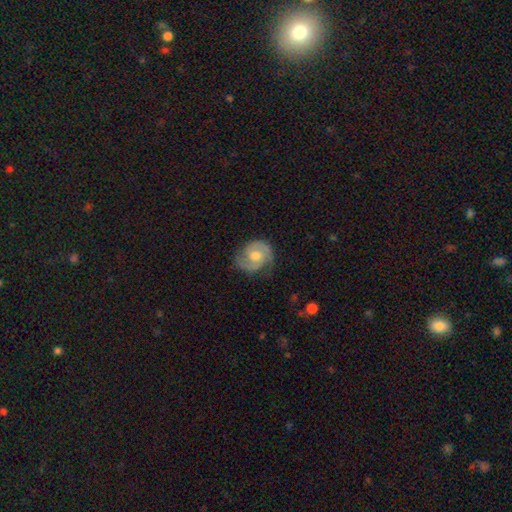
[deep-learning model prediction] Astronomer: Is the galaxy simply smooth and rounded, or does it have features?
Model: featured or disk — 82%.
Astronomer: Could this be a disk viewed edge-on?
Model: no — 98%.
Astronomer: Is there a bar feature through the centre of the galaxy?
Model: no — 51% (runner-up: weak, 42%).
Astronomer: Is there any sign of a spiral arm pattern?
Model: yes — 95%.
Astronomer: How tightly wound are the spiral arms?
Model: medium — 45% (runner-up: tight, 44%).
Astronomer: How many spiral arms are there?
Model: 2 — 88%.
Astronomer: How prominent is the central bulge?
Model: moderate — 71%.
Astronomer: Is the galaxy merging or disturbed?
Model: none — 76%.